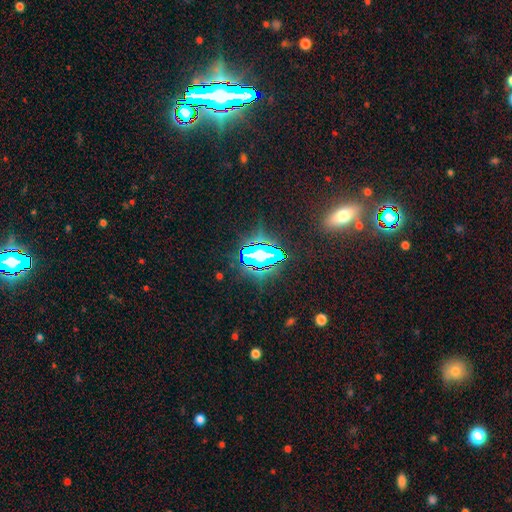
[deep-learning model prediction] Q: Smooth or featured?
A: star or artifact (75%); runner-up: smooth (13%)